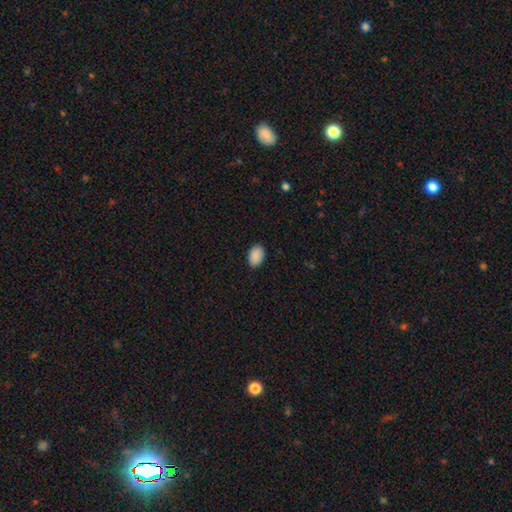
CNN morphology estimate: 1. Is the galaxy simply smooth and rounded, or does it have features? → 90% smooth, 7% star or artifact, 3% featured or disk.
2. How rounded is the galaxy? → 85% in between, 14% round, 1% cigar-shaped.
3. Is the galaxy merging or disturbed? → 88% none, 9% minor disturbance, 2% major disturbance, 1% merger.